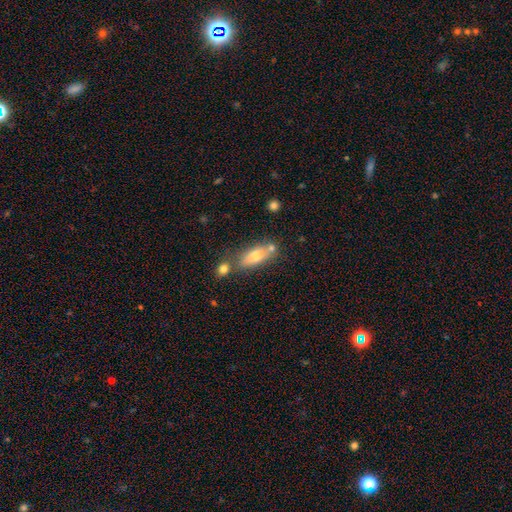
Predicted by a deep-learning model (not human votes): Smooth or featured? smooth (68%)
How rounded? in between (66%)
Merging? none (59%)